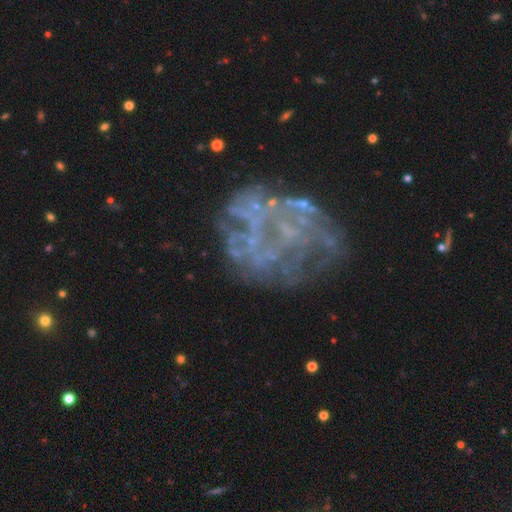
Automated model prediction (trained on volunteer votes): Smooth or featured? Predicted: featured or disk (p=0.72). Edge-on disk? Predicted: no (p=0.98). Bar? Predicted: no (p=0.88). Spiral arms? Predicted: no (p=0.76). Bulge size? Predicted: none (p=0.80). Merging? Predicted: none (p=0.50).